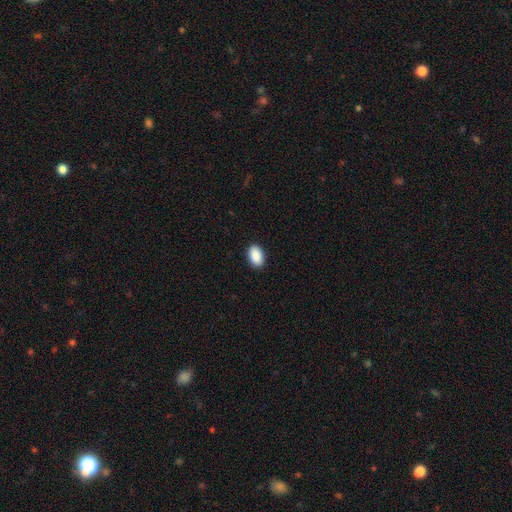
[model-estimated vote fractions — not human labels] Smooth or featured: smooth — 91% (star or artifact — 7%)
How rounded: in between — 90% (round — 8%)
Merging: none — 91% (minor disturbance — 7%)